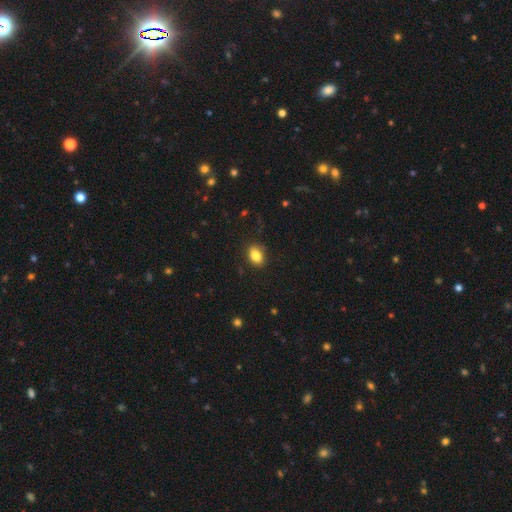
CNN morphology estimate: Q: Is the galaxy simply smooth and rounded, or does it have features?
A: smooth — 85%.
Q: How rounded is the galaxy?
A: in between — 81%.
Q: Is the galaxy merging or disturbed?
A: none — 86%.